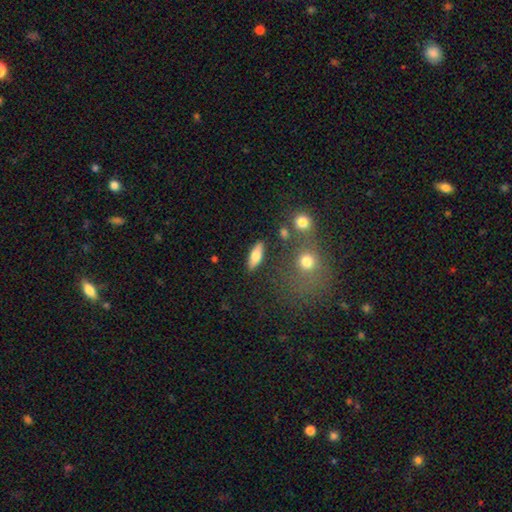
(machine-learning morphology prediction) Smooth or featured? Predicted: smooth (p=0.72). How rounded? Predicted: in between (p=0.63). Merging? Predicted: none (p=0.84).